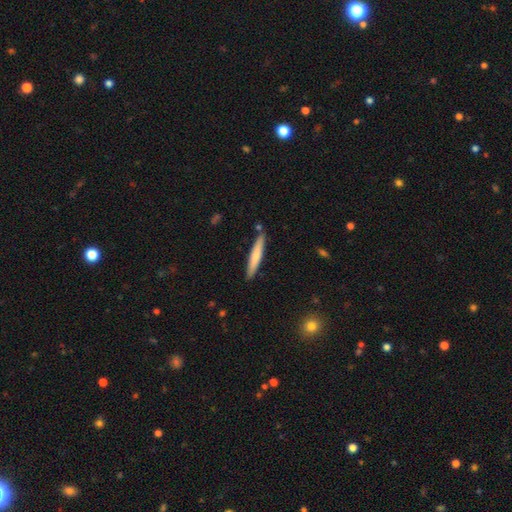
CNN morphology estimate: Smooth or featured?
  - smooth: 68% *
  - featured or disk: 27%
  - star or artifact: 5%
How rounded?
  - cigar-shaped: 93% *
  - in between: 6%
  - round: 1%
Merging?
  - none: 87% *
  - minor disturbance: 9%
  - merger: 3%
  - major disturbance: 2%